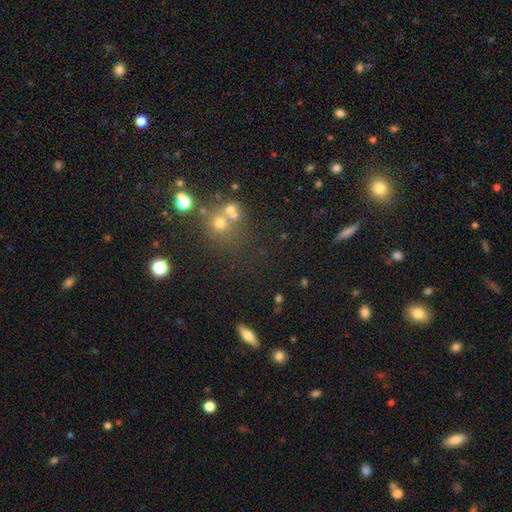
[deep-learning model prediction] This appears to be a smooth galaxy with no disk features (46%). Merging: none (58%).